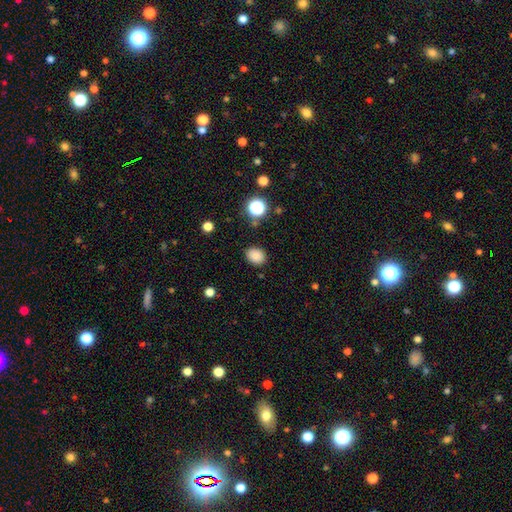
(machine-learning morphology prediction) A smooth galaxy with no disk features (85%) that is in between round and cigar-shaped (50%). Merging: none (86%).